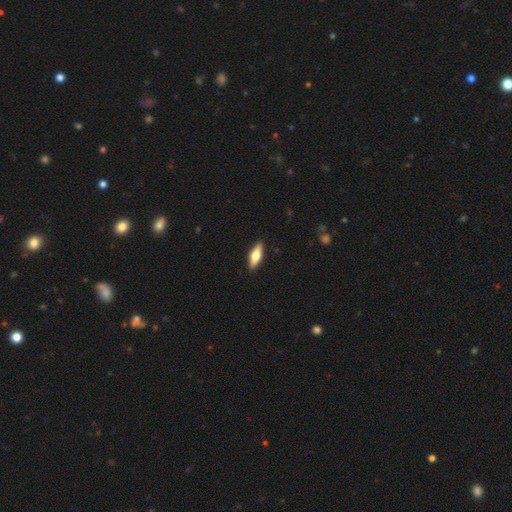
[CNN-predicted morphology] smooth 50%, featured or disk 44%, star or artifact 6%. Down the decision tree: how rounded — in between (52%); merging — none (90%).